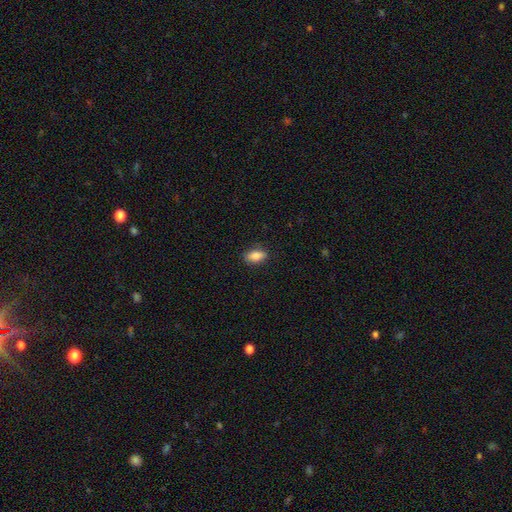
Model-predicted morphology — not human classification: smooth-or-featured: smooth: 86% | star or artifact: 7% | featured or disk: 7%
  how-rounded: in between: 88% | cigar-shaped: 7% | round: 5%
  merging: none: 85% | minor disturbance: 11% | major disturbance: 3% | merger: 1%